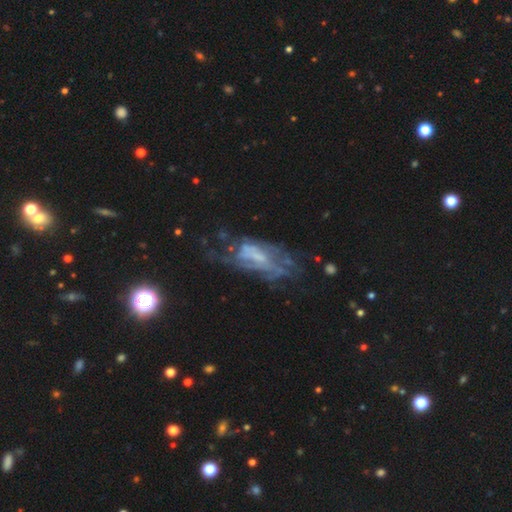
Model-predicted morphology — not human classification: Smooth or featured: featured or disk — 70% (smooth — 18%)
Edge-on disk: no — 92% (yes — 8%)
Bar: no — 56% (weak — 34%)
Spiral arms: yes — 59% (no — 41%)
Bulge size: none — 36% (small — 34%)
Merging: none — 40% (major disturbance — 33%)